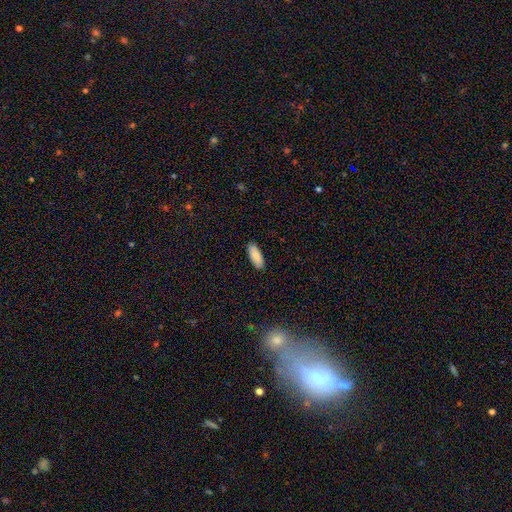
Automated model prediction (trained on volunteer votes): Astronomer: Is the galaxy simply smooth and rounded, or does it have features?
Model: smooth — 87%.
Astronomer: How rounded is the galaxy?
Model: in between — 76%.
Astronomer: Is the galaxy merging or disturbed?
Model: none — 88%.